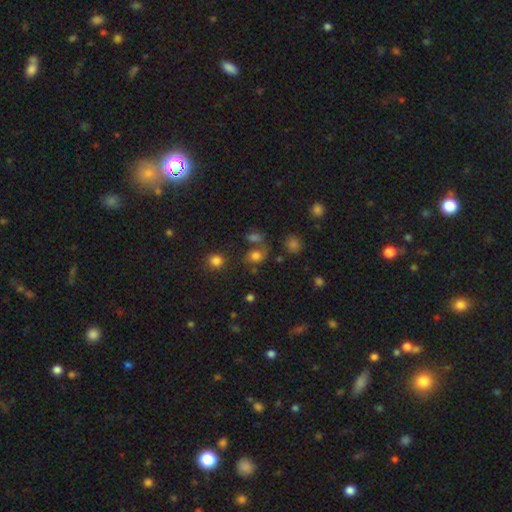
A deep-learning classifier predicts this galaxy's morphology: This appears to be a smooth galaxy with no disk features (70%) that is round (56%). Merging: none (47%).